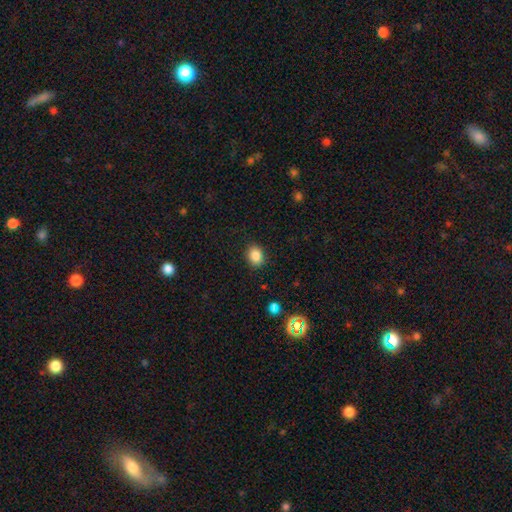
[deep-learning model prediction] This is clearly a smooth galaxy (85%). How rounded: possibly in between (51%). Merging: clearly none (88%).